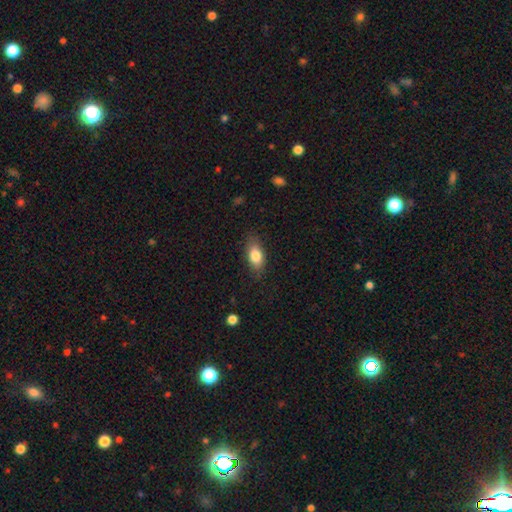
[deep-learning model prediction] Smooth or featured: smooth — 80% (featured or disk — 12%)
How rounded: in between — 85% (cigar-shaped — 9%)
Merging: none — 81% (minor disturbance — 14%)